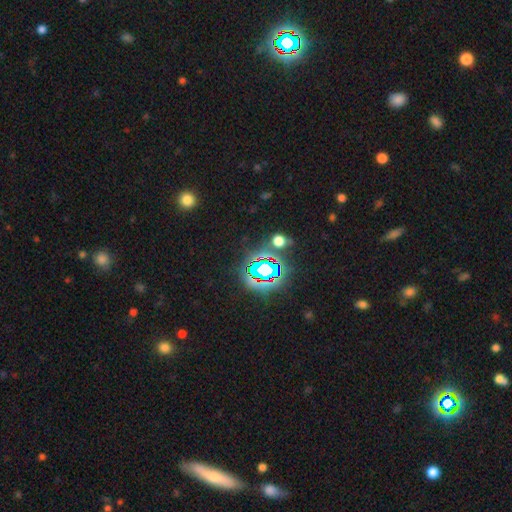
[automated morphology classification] Smooth or featured? Predicted: star or artifact (p=0.75).